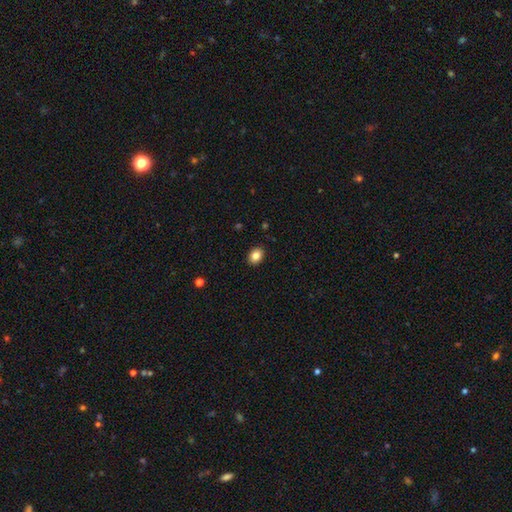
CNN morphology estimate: Smooth or featured? Predicted: smooth (p=0.84). How rounded? Predicted: in between (p=0.64). Merging? Predicted: none (p=0.90).